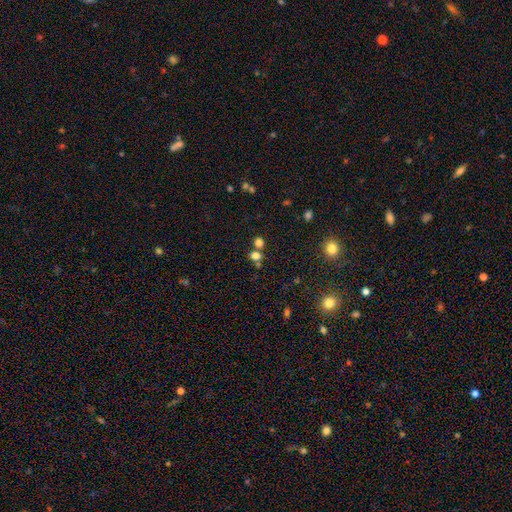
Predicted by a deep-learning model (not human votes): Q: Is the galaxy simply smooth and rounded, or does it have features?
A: smooth — 74%.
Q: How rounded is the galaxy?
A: round — 57%.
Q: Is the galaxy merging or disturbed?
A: none — 54%.